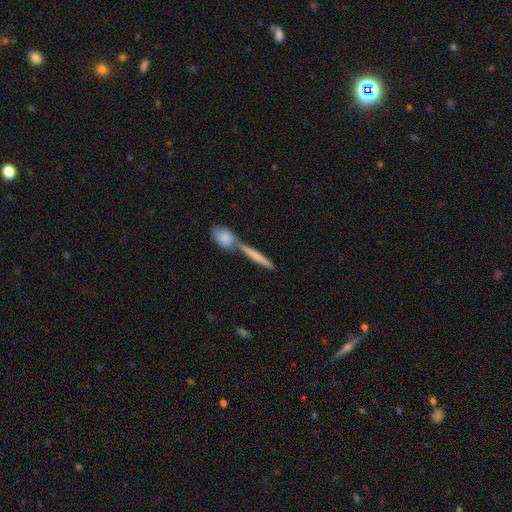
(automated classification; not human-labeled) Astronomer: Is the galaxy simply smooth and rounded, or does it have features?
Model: smooth — 60%.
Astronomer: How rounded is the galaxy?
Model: cigar-shaped — 85%.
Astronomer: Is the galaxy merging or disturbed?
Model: none — 56% (runner-up: merger, 32%).